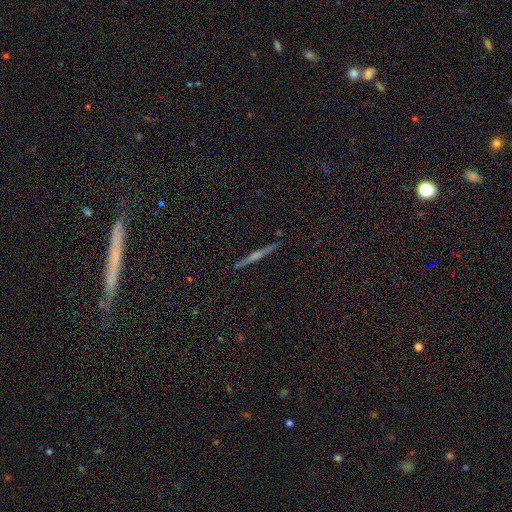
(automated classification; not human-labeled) Q: Smooth or featured?
A: featured or disk (48%); runner-up: smooth (28%)
Q: Merging?
A: none (85%); runner-up: minor disturbance (9%)